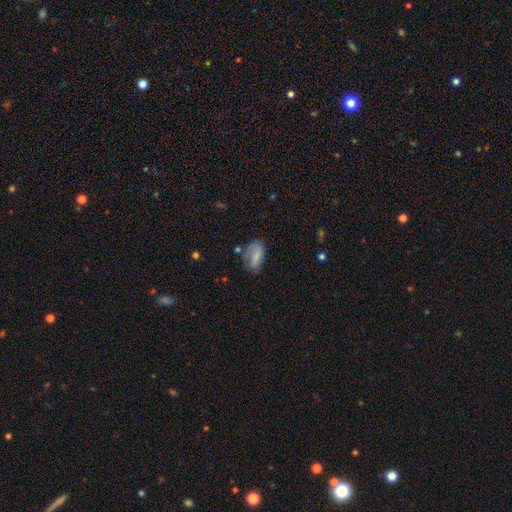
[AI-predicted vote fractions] A smooth galaxy with no disk features (75%) that is in between round and cigar-shaped (88%).

Vote fractions:
- Smooth or featured? smooth: 75% / featured or disk: 17% / star or artifact: 8%
- How rounded? in between: 88% / round: 6% / cigar-shaped: 6%
- Merging? none: 55% / minor disturbance: 29% / major disturbance: 11% / merger: 5%